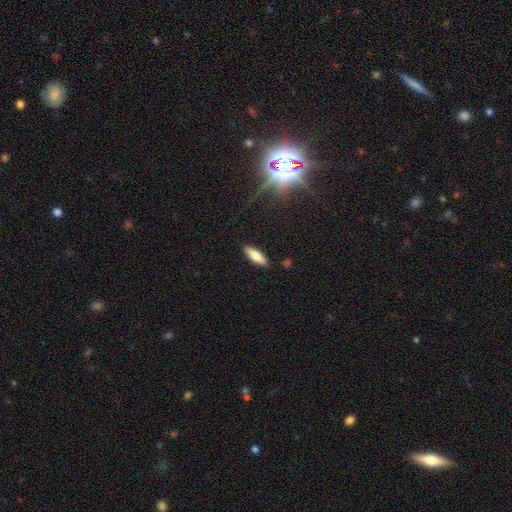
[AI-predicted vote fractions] The model was most divided on "how rounded": in between: 54%, cigar-shaped: 44%, round: 2%. More confident: merging — none (88%); smooth or featured — smooth (73%).